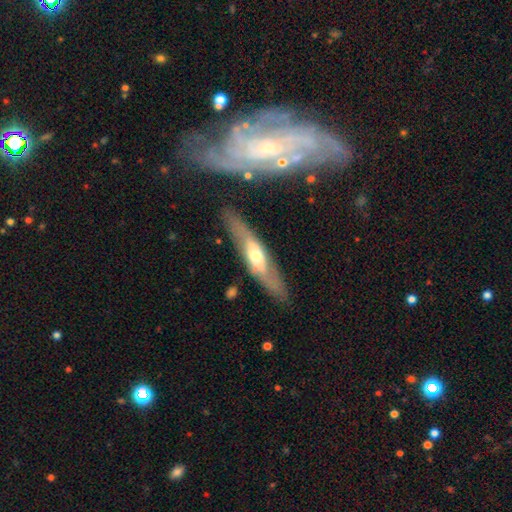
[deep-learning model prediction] Smooth or featured?
  - featured or disk: 62% *
  - smooth: 32%
  - star or artifact: 6%
Edge-on disk?
  - yes: 63% *
  - no: 37%
Merging?
  - none: 79% *
  - minor disturbance: 14%
  - major disturbance: 5%
  - merger: 3%